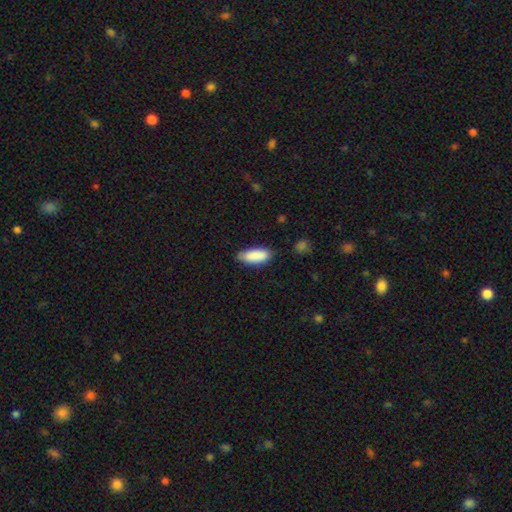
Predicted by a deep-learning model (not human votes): smooth-or-featured: smooth: 89% | star or artifact: 6% | featured or disk: 5%
  how-rounded: in between: 82% | cigar-shaped: 17% | round: 2%
  merging: none: 77% | minor disturbance: 18% | major disturbance: 3% | merger: 2%